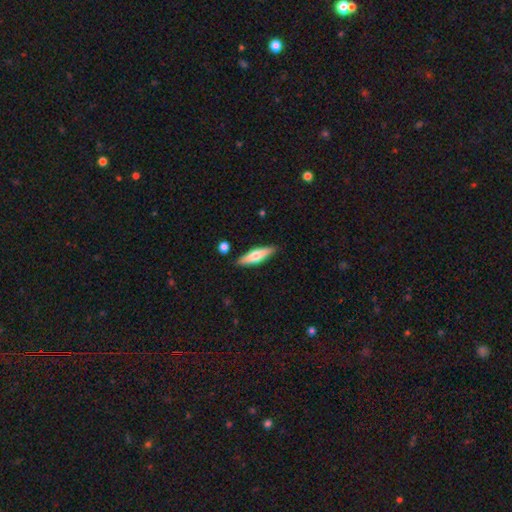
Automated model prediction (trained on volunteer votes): This is possibly a smooth galaxy (51%). How rounded: likely cigar-shaped (64%). Merging: clearly none (87%).